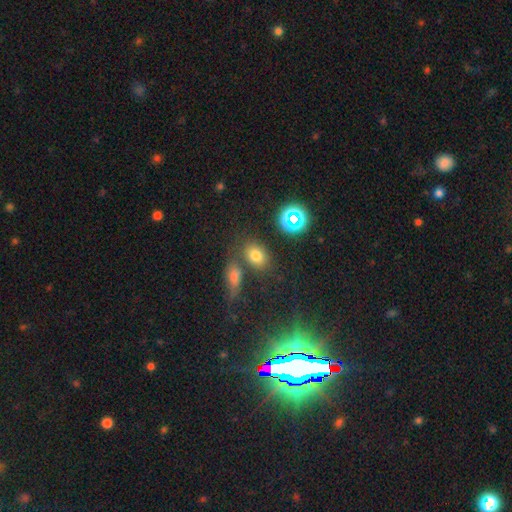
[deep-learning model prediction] Smooth or featured: smooth — 71% (star or artifact — 20%)
How rounded: in between — 70% (round — 28%)
Merging: none — 68% (merger — 15%)